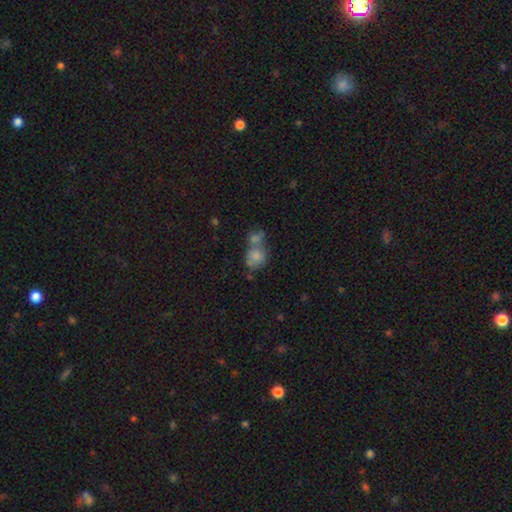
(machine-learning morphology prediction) This appears to be a smooth galaxy with no disk features (76%) that is round (63%). Merging: merger (58%).